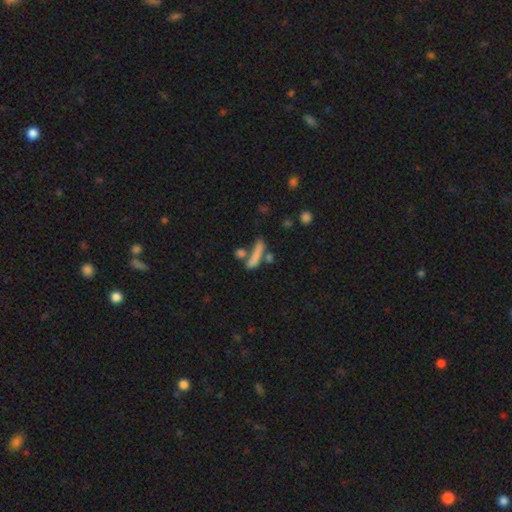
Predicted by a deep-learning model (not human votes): Smooth or featured? smooth (72%)
How rounded? cigar-shaped (78%)
Merging? none (50%)